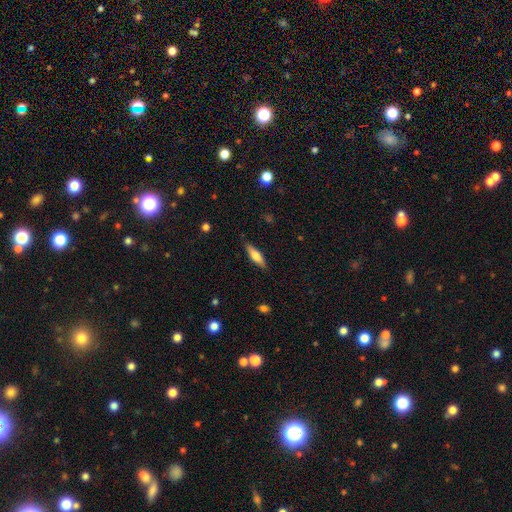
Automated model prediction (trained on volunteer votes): A smooth galaxy with no disk features (66%) that is cigar-shaped (57%). Merging: none (87%).